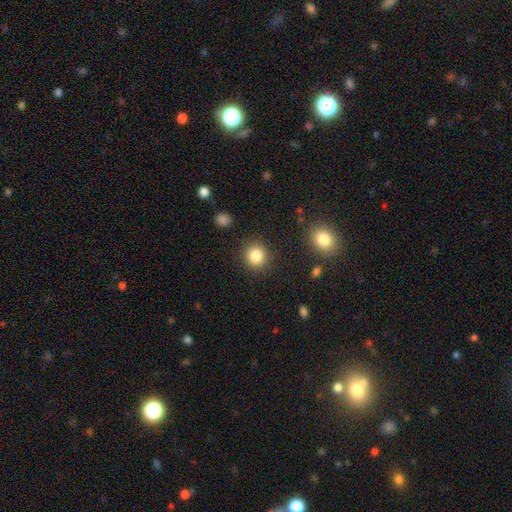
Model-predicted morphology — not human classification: Q: Smooth or featured?
A: smooth (84%); runner-up: star or artifact (10%)
Q: How rounded?
A: round (87%); runner-up: in between (12%)
Q: Merging?
A: none (89%); runner-up: minor disturbance (7%)